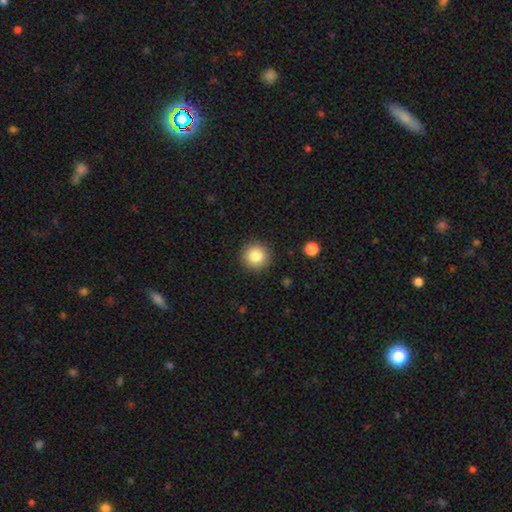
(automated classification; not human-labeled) smooth_or_featured: smooth (p=0.83) [alt: star or artifact p=0.09]
how_rounded: round (p=0.95) [alt: in between p=0.04]
merging: none (p=0.91) [alt: minor disturbance p=0.06]